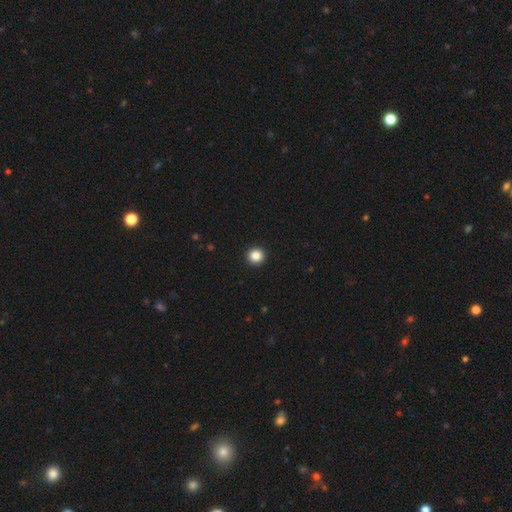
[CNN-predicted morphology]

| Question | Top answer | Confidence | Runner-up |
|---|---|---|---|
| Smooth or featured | smooth | 86% | star or artifact (10%) |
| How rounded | round | 94% | in between (5%) |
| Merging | none | 94% | minor disturbance (4%) |